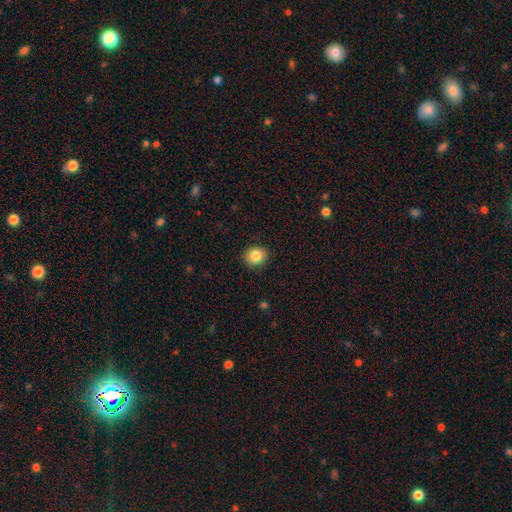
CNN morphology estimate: Smooth or featured? Predicted: smooth (p=0.85). How rounded? Predicted: round (p=0.76). Merging? Predicted: none (p=0.88).